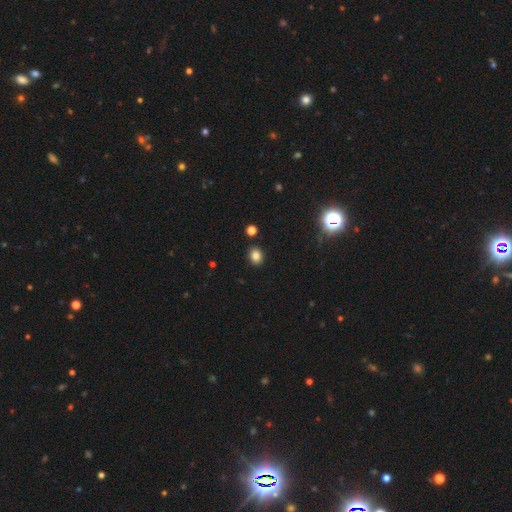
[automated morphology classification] type=smooth (82%); roundness=round (52%); merging=none (88%).